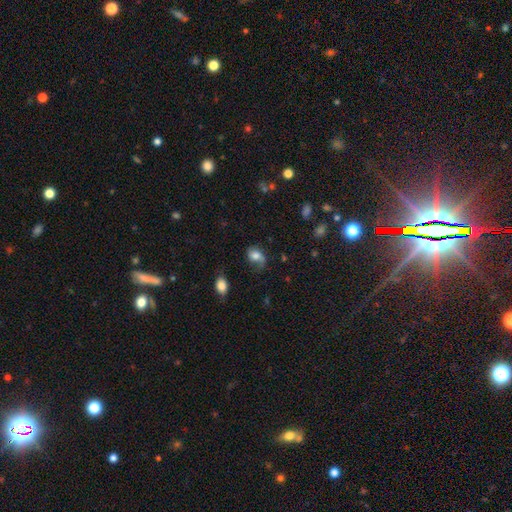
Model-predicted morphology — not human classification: A smooth galaxy with no disk features (59%) that is in between round and cigar-shaped (65%). Merging: none (46%).